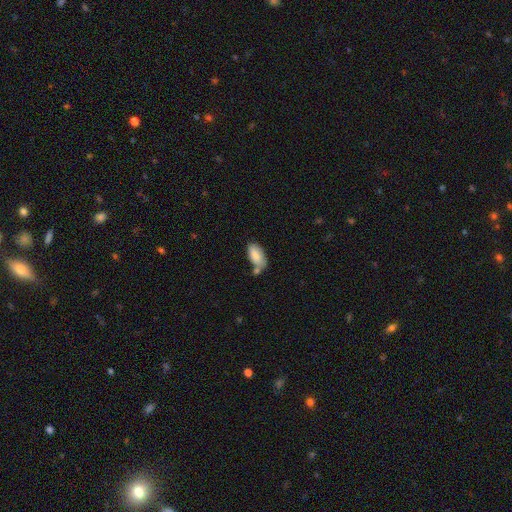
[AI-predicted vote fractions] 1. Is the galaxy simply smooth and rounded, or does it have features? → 84% smooth, 9% featured or disk, 7% star or artifact.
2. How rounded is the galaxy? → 94% in between, 4% cigar-shaped, 2% round.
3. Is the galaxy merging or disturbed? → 51% none, 23% merger, 21% minor disturbance, 5% major disturbance.